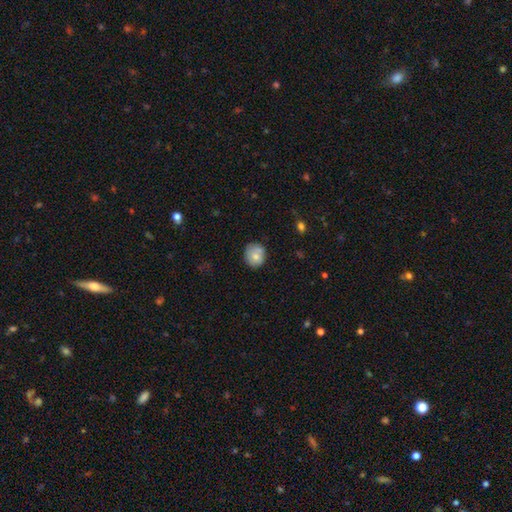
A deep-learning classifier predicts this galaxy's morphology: Smooth or featured? smooth (71%)
How rounded? round (74%)
Merging? none (58%)